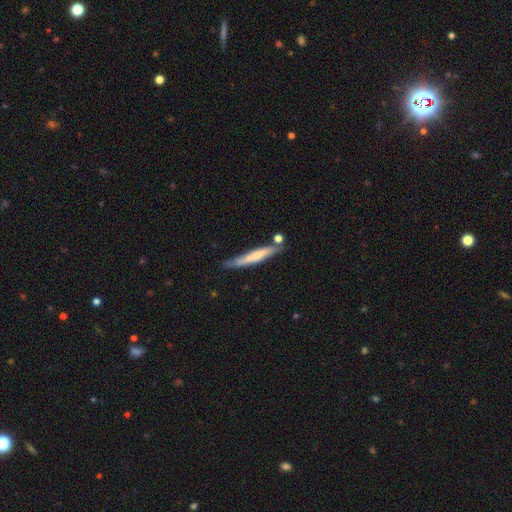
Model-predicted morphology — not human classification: The model was most divided on "smooth or featured": smooth: 51%, featured or disk: 43%, star or artifact: 6%. More confident: how rounded — cigar-shaped (92%); merging — none (67%).